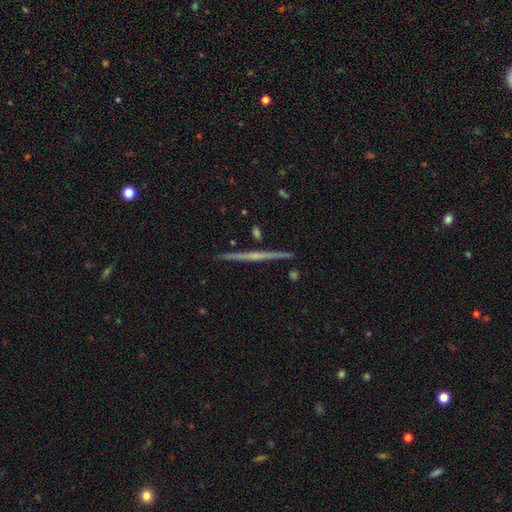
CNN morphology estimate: Smooth or featured? featured or disk (76%)
Edge-on disk? yes (99%)
Edge-on bulge? none (54%)
Merging? none (92%)